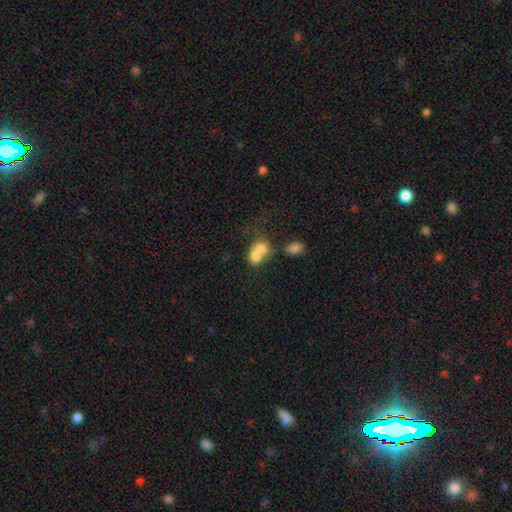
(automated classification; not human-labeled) smooth 72%, featured or disk 18%, star or artifact 10%. Down the decision tree: how rounded — round (55%); merging — merger (71%).